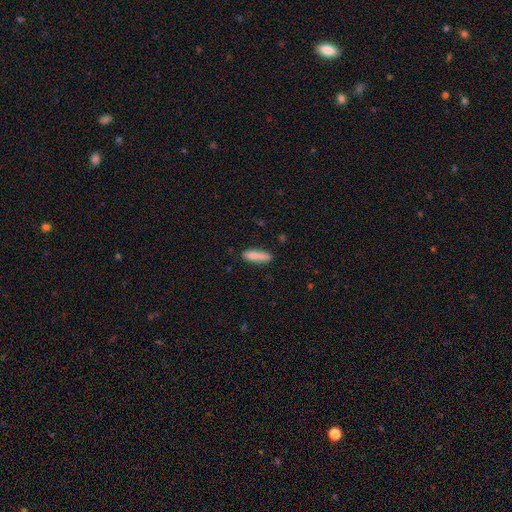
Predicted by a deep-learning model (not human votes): Overall: smooth (85%). How rounded: cigar-shaped (63%; in between 35%). Merging: none (77%).